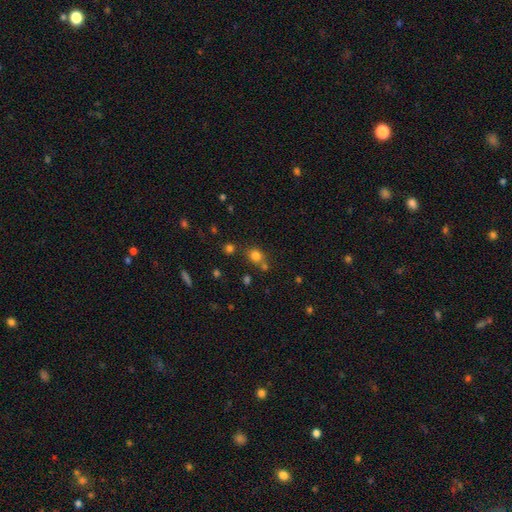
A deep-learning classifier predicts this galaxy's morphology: type=smooth (76%); roundness=round (74%); merging=none (64%).